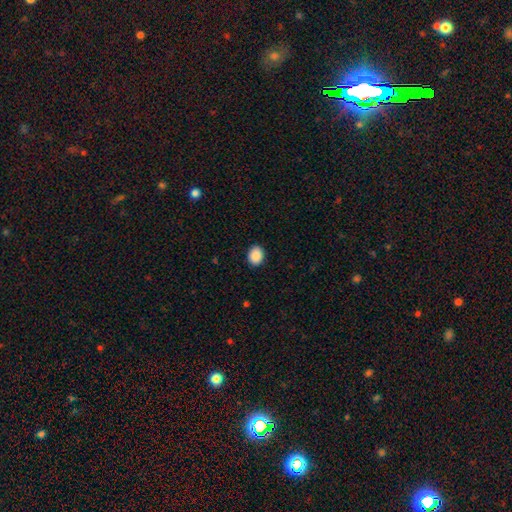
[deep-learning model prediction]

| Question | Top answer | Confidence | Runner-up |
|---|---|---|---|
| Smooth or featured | smooth | 89% | star or artifact (8%) |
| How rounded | in between | 50% | round (49%) |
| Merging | none | 90% | minor disturbance (7%) |